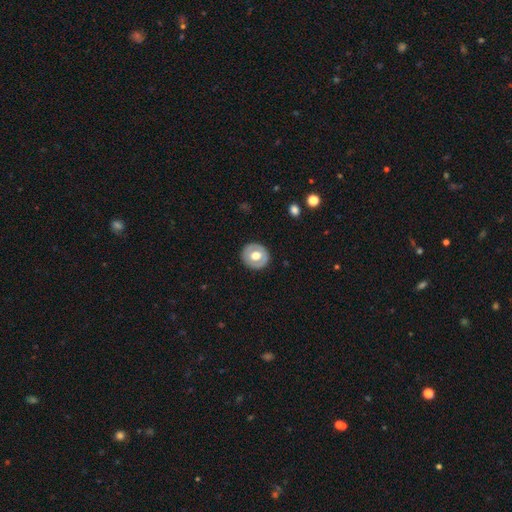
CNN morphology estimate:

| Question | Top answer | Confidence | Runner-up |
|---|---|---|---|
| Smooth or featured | smooth | 54% | featured or disk (40%) |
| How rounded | round | 87% | in between (12%) |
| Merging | none | 88% | minor disturbance (8%) |